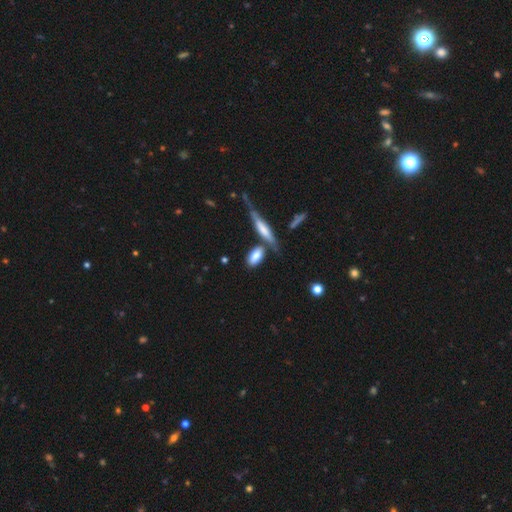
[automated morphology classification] Q: Smooth or featured?
A: smooth (78%); runner-up: featured or disk (15%)
Q: How rounded?
A: in between (83%); runner-up: cigar-shaped (14%)
Q: Merging?
A: none (58%); runner-up: merger (21%)